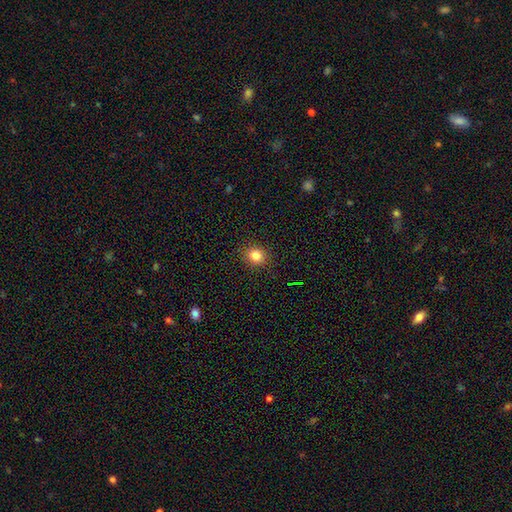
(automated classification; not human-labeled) Morphology: type=smooth (82%); roundness=round (79%); merging=none (90%).